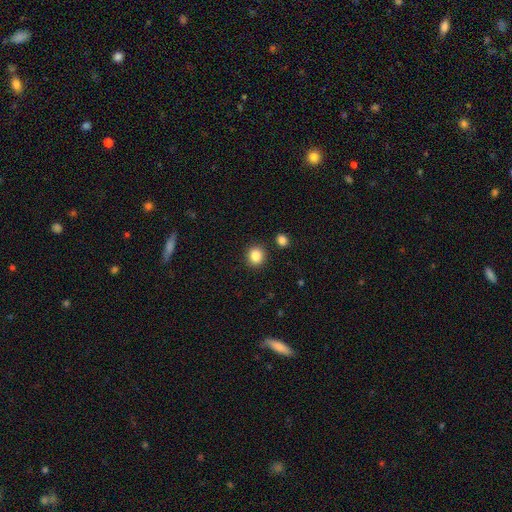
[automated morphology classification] smooth 86%, star or artifact 10%, featured or disk 4%. Down the decision tree: how rounded — round (83%); merging — none (89%).